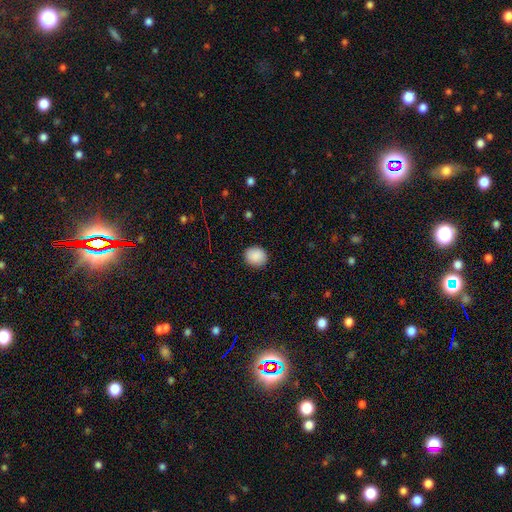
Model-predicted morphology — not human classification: Smooth or featured? smooth (90%)
How rounded? round (71%)
Merging? none (89%)